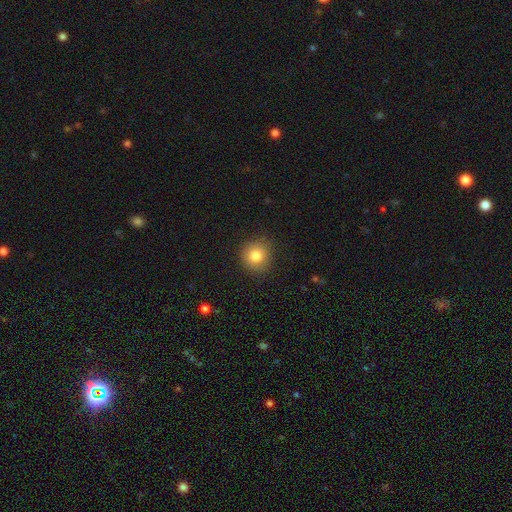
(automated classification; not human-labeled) smooth 82%, star or artifact 11%, featured or disk 7%. Down the decision tree: how rounded — round (91%); merging — none (86%).